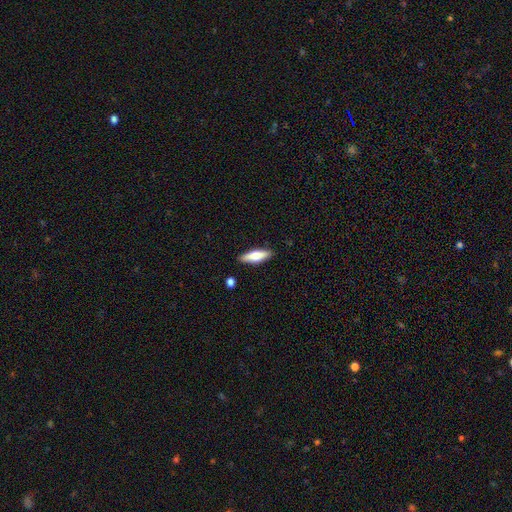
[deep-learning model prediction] Morphology: type=smooth (67%); roundness=in between (50%); merging=none (87%).